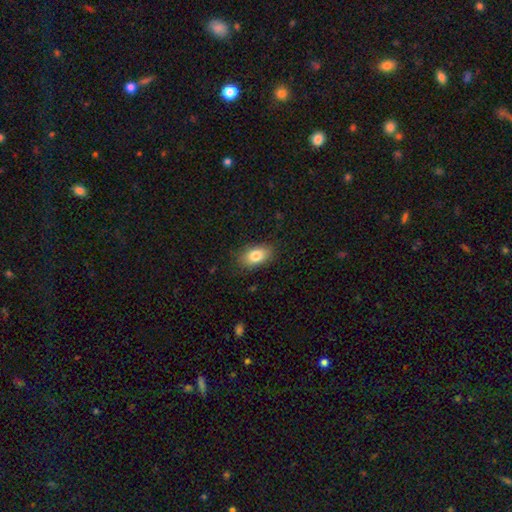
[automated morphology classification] This is clearly a smooth galaxy (83%). How rounded: clearly in between (90%). Merging: clearly none (84%).